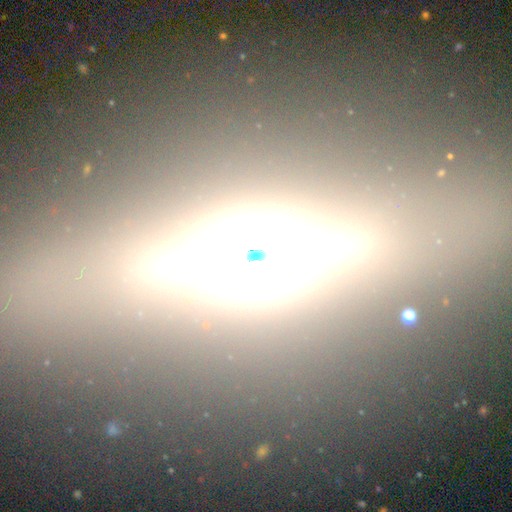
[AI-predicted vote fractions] A featured or disk galaxy (48%).

Vote fractions:
- Smooth or featured? featured or disk: 48% / star or artifact: 33% / smooth: 19%
- Merging? none: 84% / minor disturbance: 8% / major disturbance: 5% / merger: 3%